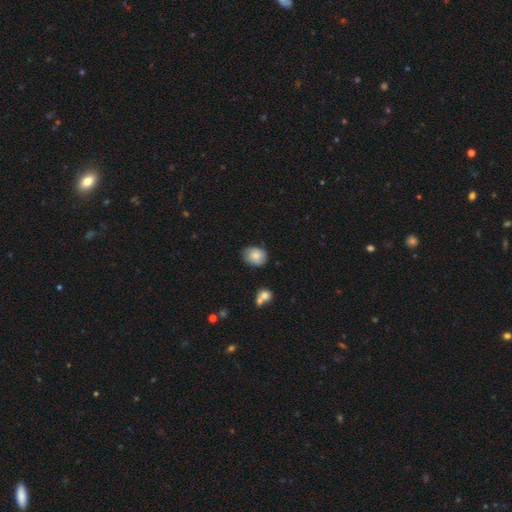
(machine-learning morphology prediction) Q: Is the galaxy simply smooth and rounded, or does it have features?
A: smooth — 79%.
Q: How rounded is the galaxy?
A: in between — 54%.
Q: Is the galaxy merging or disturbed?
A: none — 75%.